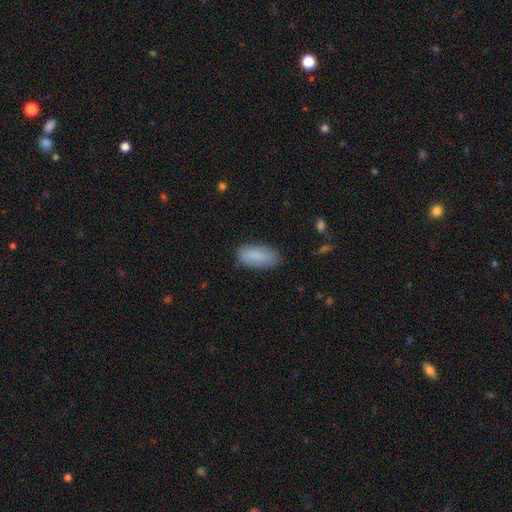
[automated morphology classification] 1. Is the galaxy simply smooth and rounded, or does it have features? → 86% smooth, 7% featured or disk, 6% star or artifact.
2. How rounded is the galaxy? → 86% in between, 12% cigar-shaped, 2% round.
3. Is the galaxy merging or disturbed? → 80% none, 15% minor disturbance, 3% major disturbance, 1% merger.